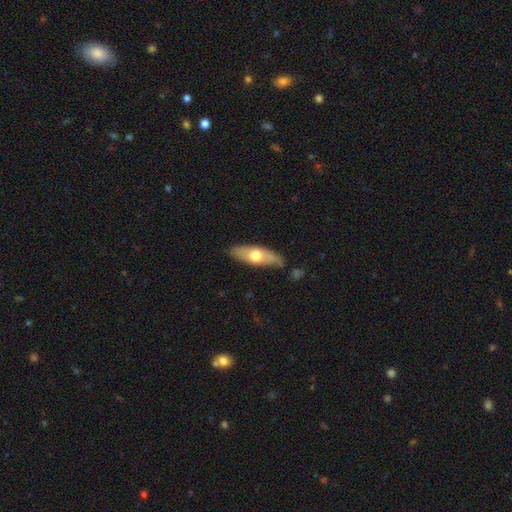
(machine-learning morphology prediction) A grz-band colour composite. It shows a smooth galaxy with no disk features (55%) that is in between round and cigar-shaped (57%). Merging: none (79%).